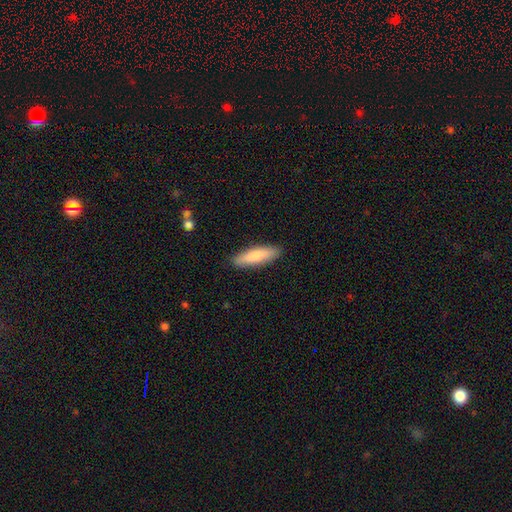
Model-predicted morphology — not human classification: Overall: smooth (78%). How rounded: cigar-shaped (63%; in between 35%). Merging: none (89%).